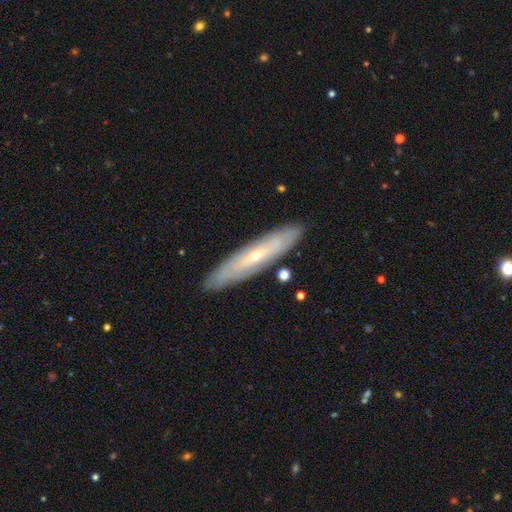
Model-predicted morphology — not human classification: featured or disk 68%, smooth 26%, star or artifact 7%. Down the decision tree: edge-on disk — yes (51%); merging — none (86%).